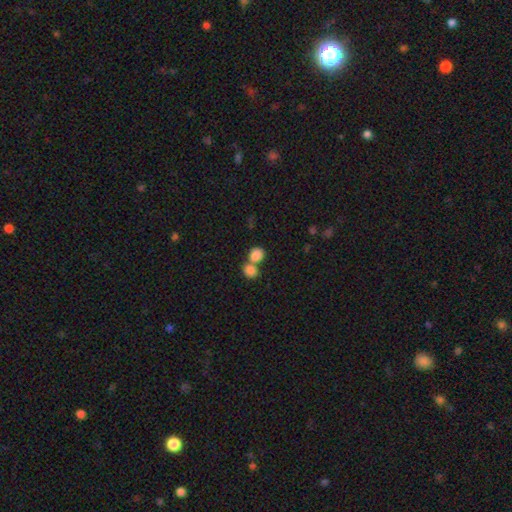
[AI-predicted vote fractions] Morphology: type=smooth (84%); roundness=round (68%); merging=merger (54%).